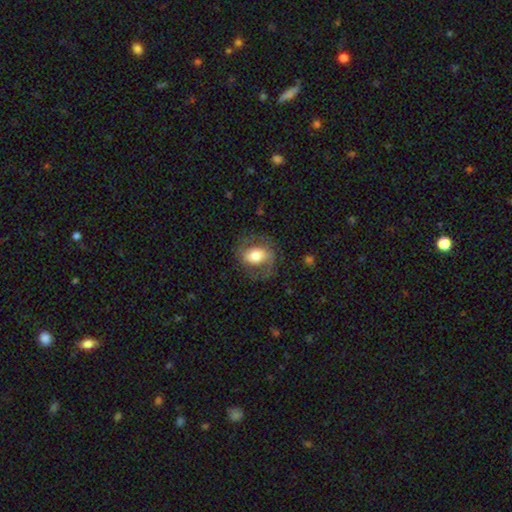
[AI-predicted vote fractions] A featured or disk galaxy (58%) with no bar (44%), spiral arms (77%) and a moderate central bulge (56%). Merging: none (71%).